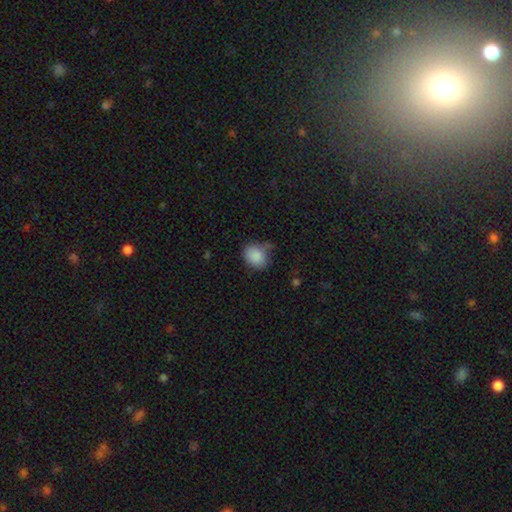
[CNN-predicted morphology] A smooth galaxy with no disk features (87%) that is round (52%).

Vote fractions:
- Smooth or featured? smooth: 87% / star or artifact: 8% / featured or disk: 5%
- How rounded? round: 52% / in between: 47% / cigar-shaped: 1%
- Merging? none: 64% / minor disturbance: 24% / major disturbance: 6% / merger: 6%